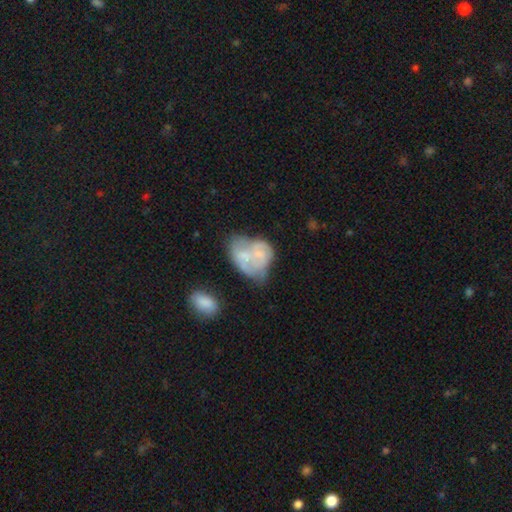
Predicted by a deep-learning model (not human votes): Overall: featured or disk (50%; smooth 42%). Merging: merger (41%; major disturbance 20%).